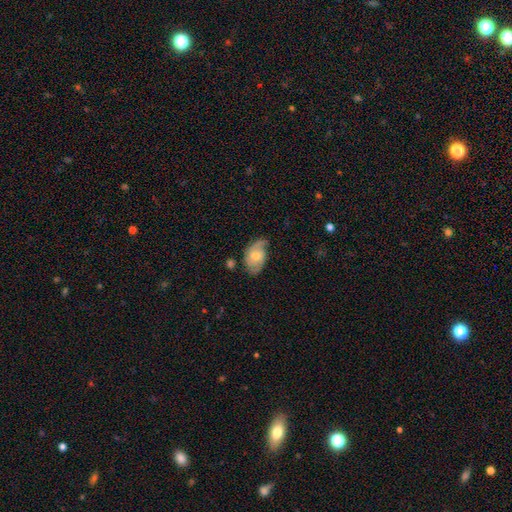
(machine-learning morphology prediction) featured or disk 53%, smooth 40%, star or artifact 7%. Down the decision tree: edge-on disk — no (94%); bar — no (67%); spiral arms — yes (81%); bulge size — moderate (56%); merging — none (50%).